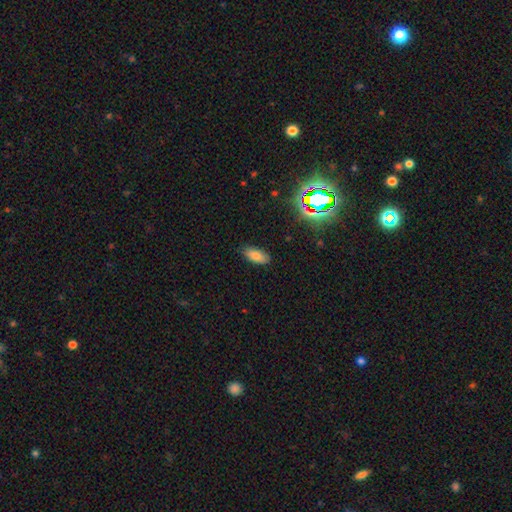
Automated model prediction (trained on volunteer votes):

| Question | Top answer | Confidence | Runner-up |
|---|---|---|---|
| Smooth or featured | smooth | 81% | star or artifact (10%) |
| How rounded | in between | 87% | cigar-shaped (11%) |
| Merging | none | 84% | minor disturbance (12%) |